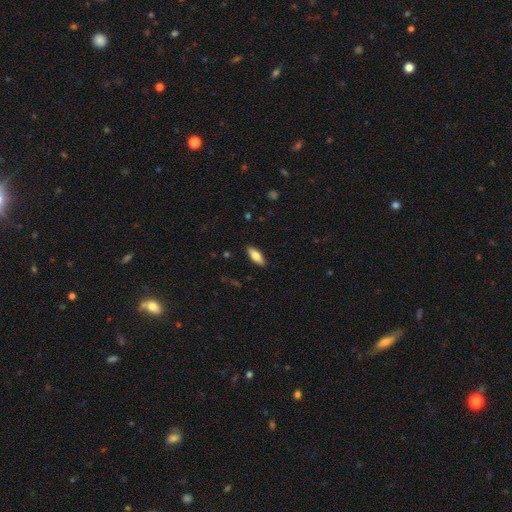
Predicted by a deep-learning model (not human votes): Overall: smooth (77%). How rounded: in between (74%). Merging: none (89%).